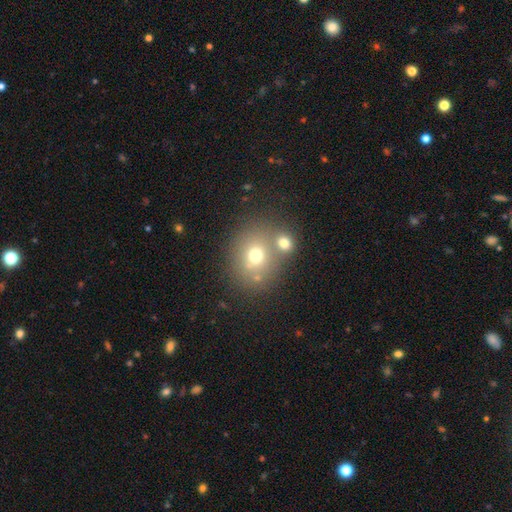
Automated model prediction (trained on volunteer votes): smooth_or_featured: smooth (p=0.68) [alt: featured or disk p=0.17]
how_rounded: round (p=0.69) [alt: in between p=0.30]
merging: none (p=0.55) [alt: merger p=0.30]